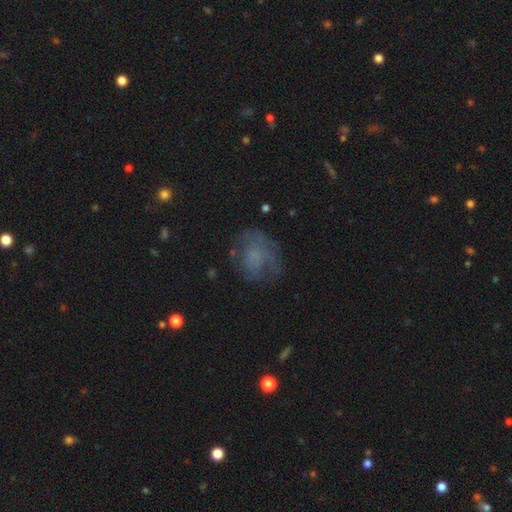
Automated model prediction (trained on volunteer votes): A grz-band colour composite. It shows a featured or disk galaxy (44%). Merging: none (57%).